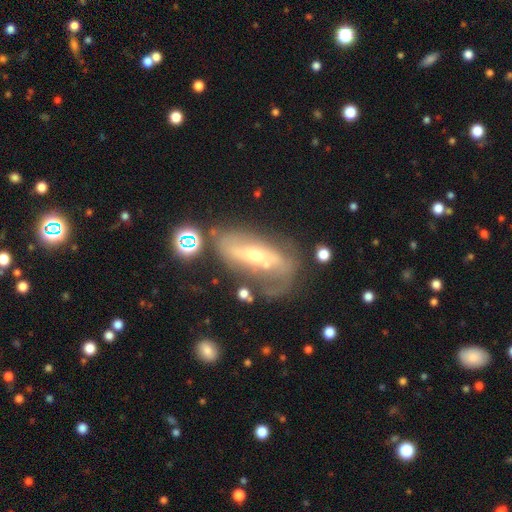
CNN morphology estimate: Smooth or featured?
  - featured or disk: 70% *
  - smooth: 21%
  - star or artifact: 9%
Edge-on disk?
  - no: 80% *
  - yes: 20%
Bar?
  - no: 44% *
  - strong: 31%
  - weak: 25%
Spiral arms?
  - yes: 60% *
  - no: 40%
Bulge size?
  - moderate: 48% *
  - small: 44%
  - large: 4%
  - none: 2%
  - dominant: 1%
Merging?
  - none: 45% *
  - major disturbance: 23%
  - minor disturbance: 22%
  - merger: 9%